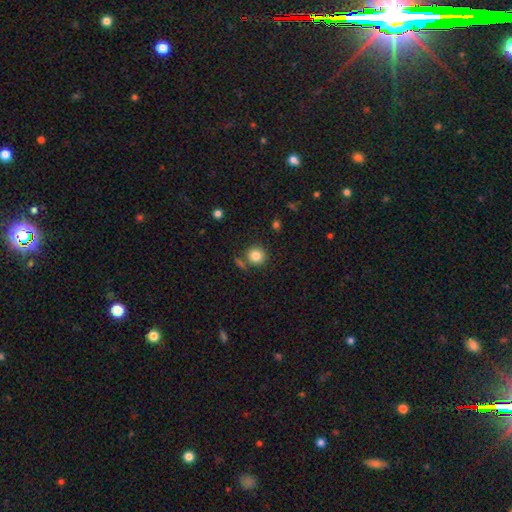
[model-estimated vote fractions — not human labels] A smooth galaxy with no disk features (83%) that is round (91%).

Vote fractions:
- Smooth or featured? smooth: 83% / star or artifact: 10% / featured or disk: 6%
- How rounded? round: 91% / in between: 8% / cigar-shaped: 1%
- Merging? none: 78% / merger: 10% / minor disturbance: 9% / major disturbance: 3%